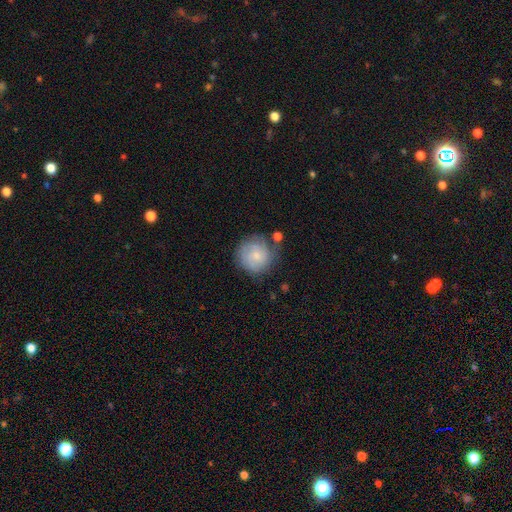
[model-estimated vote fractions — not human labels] A smooth galaxy with no disk features (57%) that is round (92%).

Vote fractions:
- Smooth or featured? smooth: 57% / featured or disk: 35% / star or artifact: 8%
- How rounded? round: 92% / in between: 7% / cigar-shaped: 1%
- Merging? none: 68% / minor disturbance: 19% / major disturbance: 8% / merger: 5%